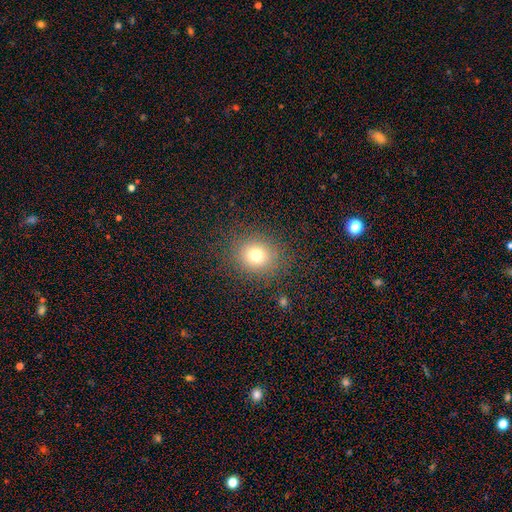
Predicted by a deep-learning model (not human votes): Smooth or featured? smooth (74%)
How rounded? round (80%)
Merging? none (85%)